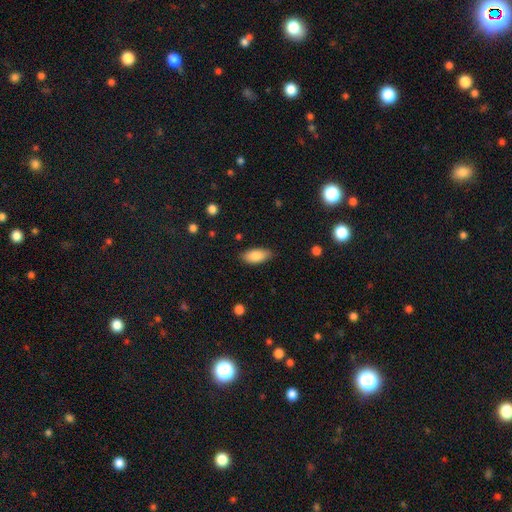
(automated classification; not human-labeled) The model was most divided on "merging": none: 84%, minor disturbance: 12%, major disturbance: 2%, merger: 1%. More confident: how rounded — in between (87%); smooth or featured — smooth (85%).